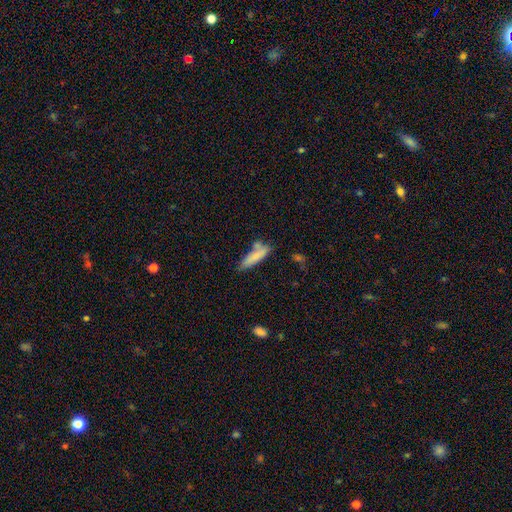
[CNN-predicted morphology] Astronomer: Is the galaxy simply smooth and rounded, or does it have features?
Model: smooth — 76%.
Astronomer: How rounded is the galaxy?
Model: cigar-shaped — 64%.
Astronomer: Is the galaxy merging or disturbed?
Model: none — 53%.